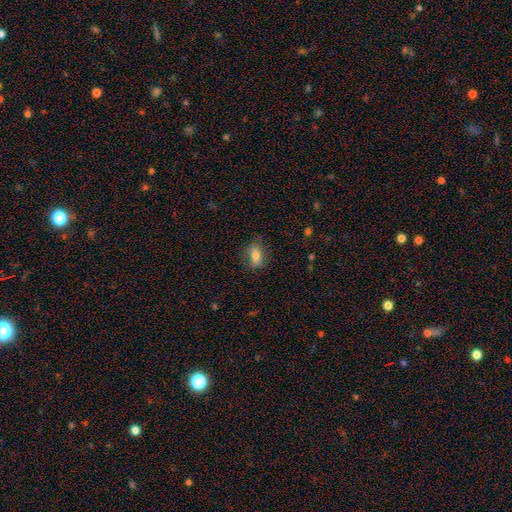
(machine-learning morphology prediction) smooth 70%, featured or disk 21%, star or artifact 9%. Down the decision tree: how rounded — in between (79%); merging — none (75%).